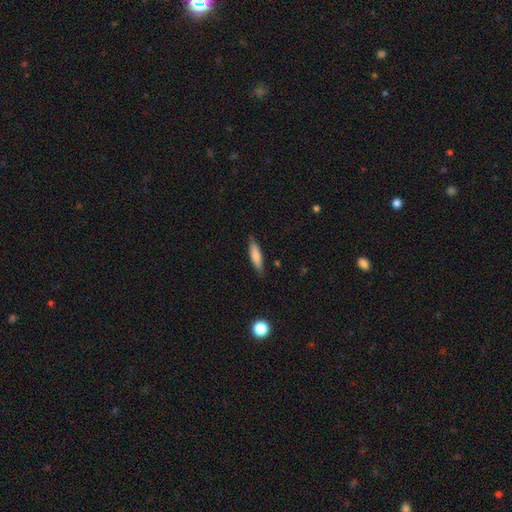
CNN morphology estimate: Q: Smooth or featured?
A: smooth (77%); runner-up: featured or disk (17%)
Q: How rounded?
A: cigar-shaped (72%); runner-up: in between (26%)
Q: Merging?
A: none (84%); runner-up: minor disturbance (12%)